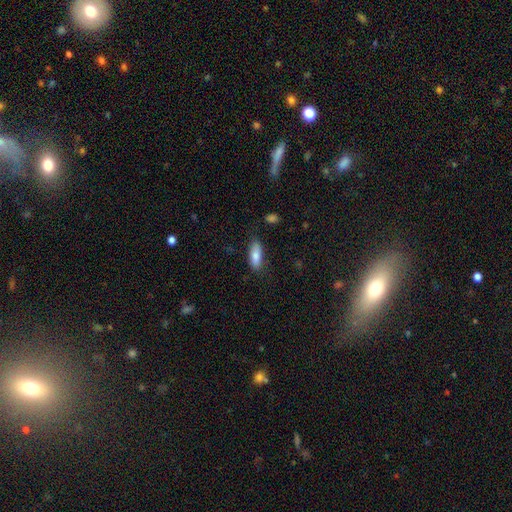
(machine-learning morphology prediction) Overall: smooth (83%). How rounded: in between (70%). Merging: none (80%).